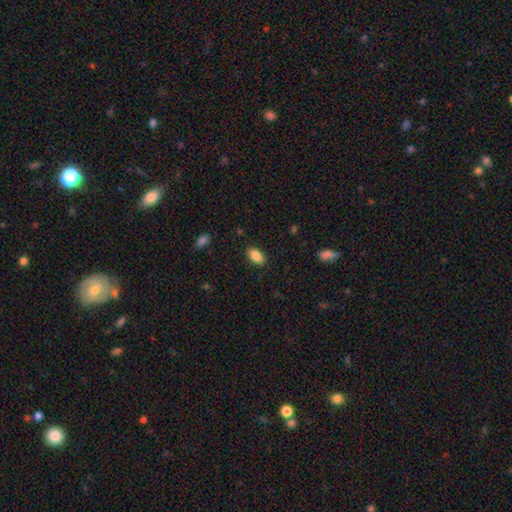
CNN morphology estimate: Q: Smooth or featured?
A: smooth (87%); runner-up: star or artifact (8%)
Q: How rounded?
A: in between (92%); runner-up: round (5%)
Q: Merging?
A: none (87%); runner-up: minor disturbance (10%)